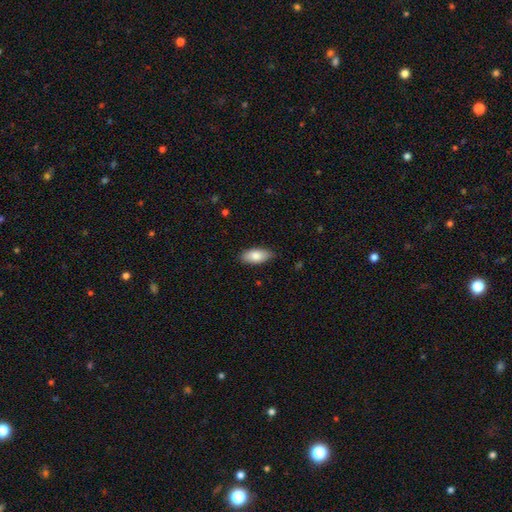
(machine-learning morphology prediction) Smooth or featured: smooth — 83% (featured or disk — 11%)
How rounded: in between — 90% (cigar-shaped — 7%)
Merging: none — 85% (minor disturbance — 12%)